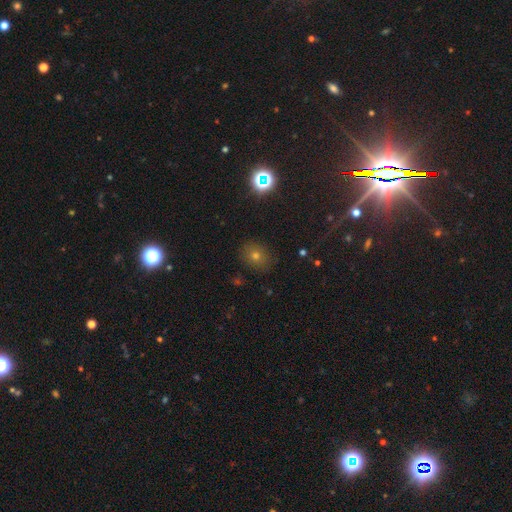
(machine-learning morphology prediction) Smooth or featured: smooth — 59% (star or artifact — 30%)
How rounded: round — 71% (in between — 28%)
Merging: none — 86% (minor disturbance — 9%)